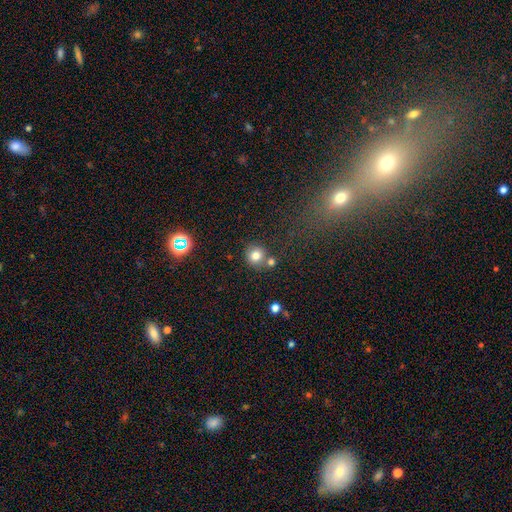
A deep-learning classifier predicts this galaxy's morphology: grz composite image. It shows a smooth galaxy with no disk features (78%) that is round (90%). Merging: none (69%).